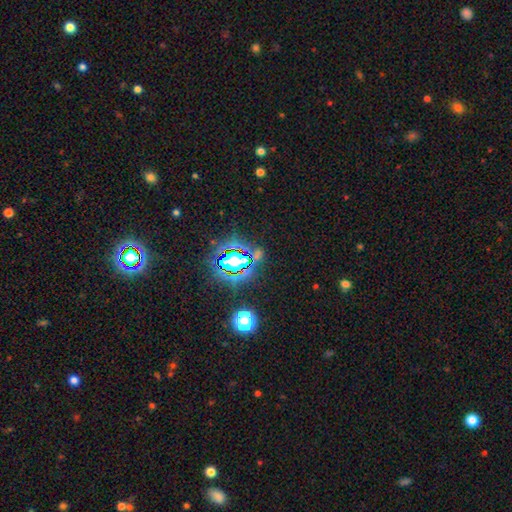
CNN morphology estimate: Smooth or featured?
  - star or artifact: 76% *
  - smooth: 15%
  - featured or disk: 9%